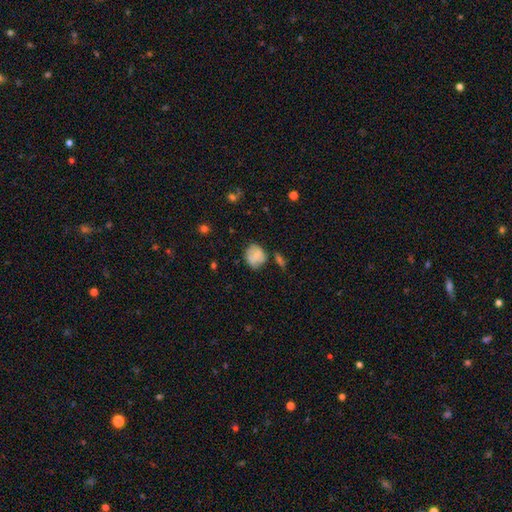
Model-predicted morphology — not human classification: A smooth galaxy with no disk features (71%) that is round (67%). Merging: none (53%).